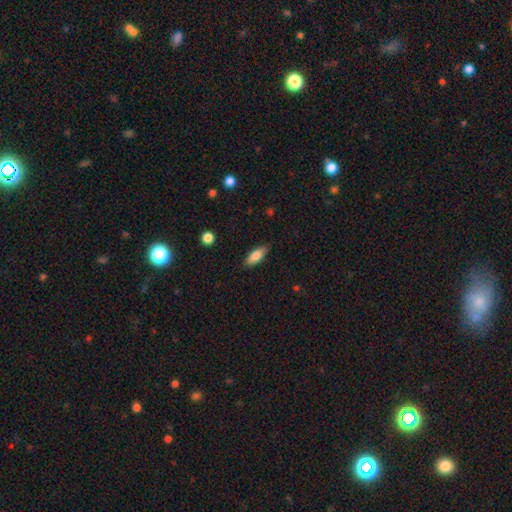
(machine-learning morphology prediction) Smooth or featured? smooth (81%)
How rounded? in between (73%)
Merging? none (84%)